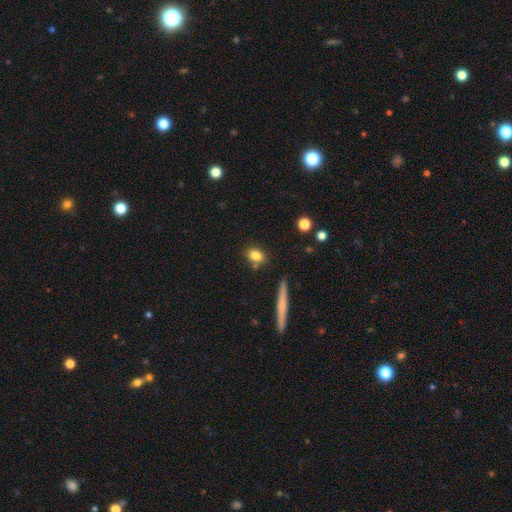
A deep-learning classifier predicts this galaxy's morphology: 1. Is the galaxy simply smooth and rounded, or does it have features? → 82% smooth, 9% featured or disk, 9% star or artifact.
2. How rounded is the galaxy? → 69% in between, 25% round, 6% cigar-shaped.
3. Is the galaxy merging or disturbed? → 77% none, 12% minor disturbance, 8% merger, 3% major disturbance.